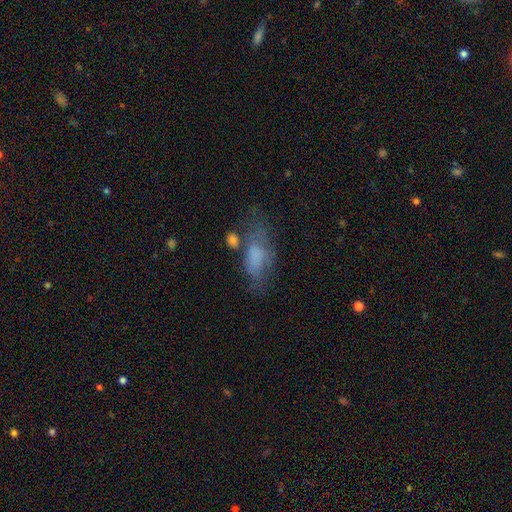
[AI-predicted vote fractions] Q: Smooth or featured?
A: smooth (62%); runner-up: featured or disk (27%)
Q: How rounded?
A: in between (78%); runner-up: cigar-shaped (18%)
Q: Merging?
A: none (40%); runner-up: minor disturbance (25%)